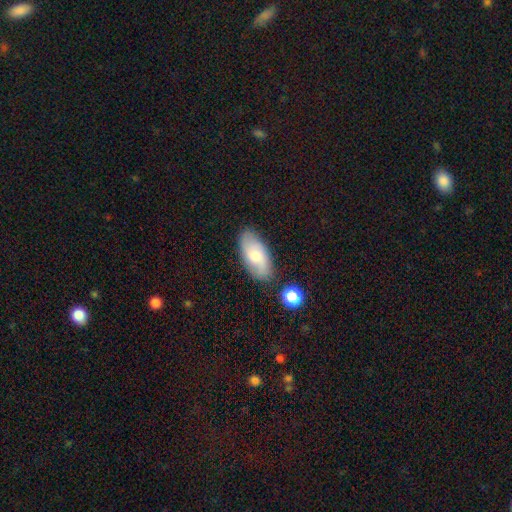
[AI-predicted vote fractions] A smooth galaxy with no disk features (62%) that is in between round and cigar-shaped (92%). Merging: none (78%).